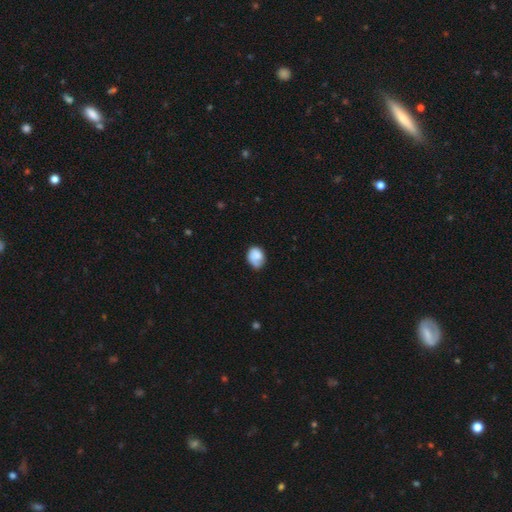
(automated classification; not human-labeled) This appears to be a smooth galaxy with no disk features (79%) that is in between round and cigar-shaped (56%). Merging: none (55%).